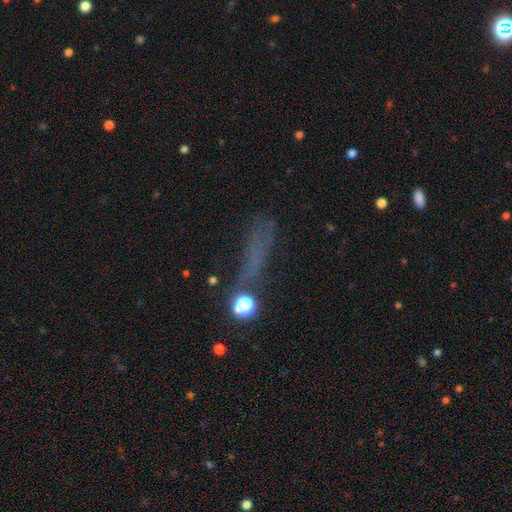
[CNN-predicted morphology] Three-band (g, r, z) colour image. It shows a smooth galaxy with no disk features (48%). Merging: none (46%).